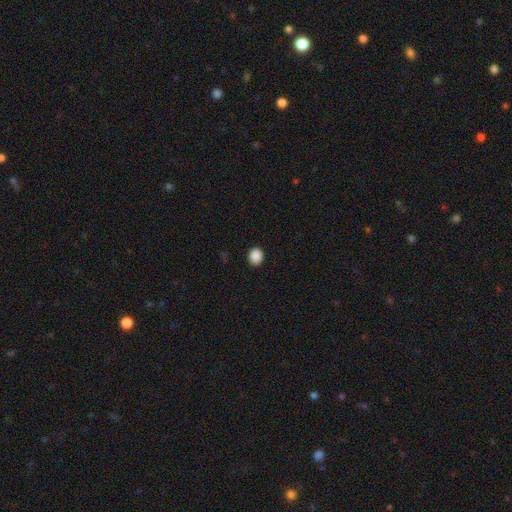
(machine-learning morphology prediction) Q: Smooth or featured?
A: smooth (89%); runner-up: star or artifact (9%)
Q: How rounded?
A: round (65%); runner-up: in between (34%)
Q: Merging?
A: none (91%); runner-up: minor disturbance (6%)